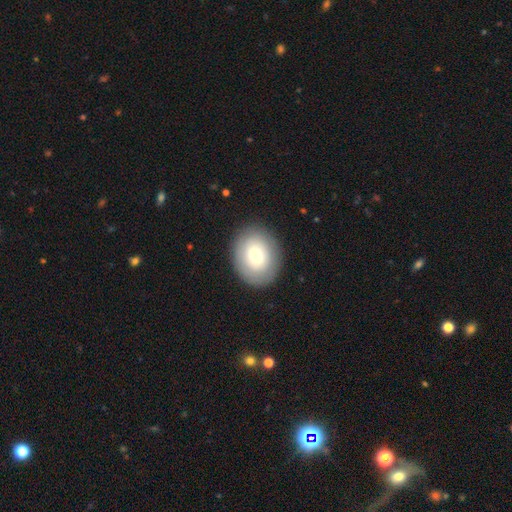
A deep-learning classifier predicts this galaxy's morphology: smooth 66%, featured or disk 26%, star or artifact 8%. Down the decision tree: how rounded — round (50%); merging — none (86%).